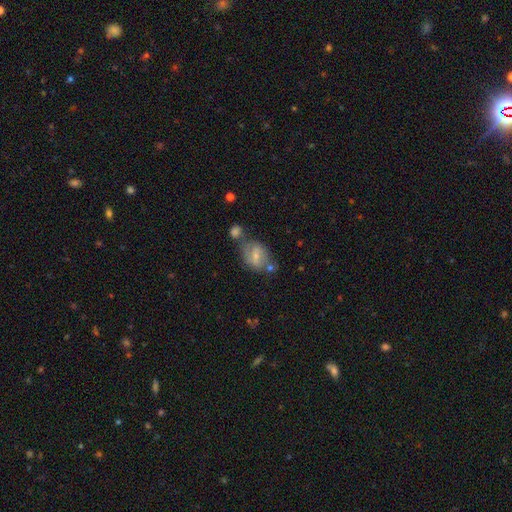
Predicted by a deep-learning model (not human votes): This is possibly a featured or disk galaxy (47%). Merging: marginally none (45%).